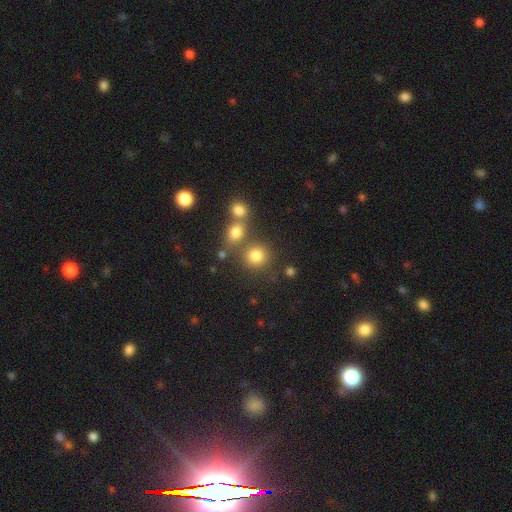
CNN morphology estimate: Smooth or featured: smooth — 78% (star or artifact — 15%)
How rounded: round — 84% (in between — 15%)
Merging: none — 64% (merger — 22%)